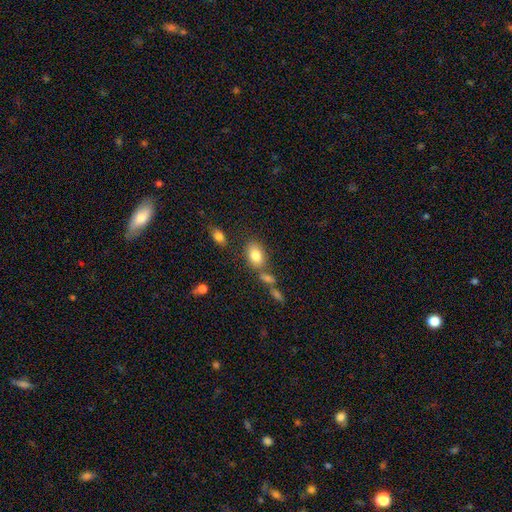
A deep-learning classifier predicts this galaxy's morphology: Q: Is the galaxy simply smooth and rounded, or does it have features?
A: smooth — 82%.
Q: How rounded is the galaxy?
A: in between — 85%.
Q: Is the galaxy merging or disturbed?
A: none — 65%.